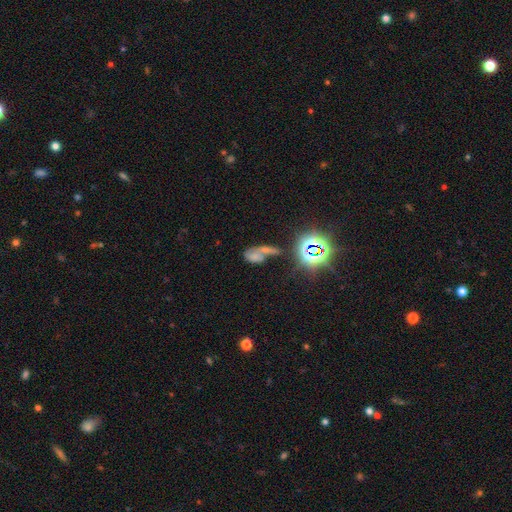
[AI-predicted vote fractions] Overall: smooth (42%; featured or disk 31%). Merging: merger (58%).